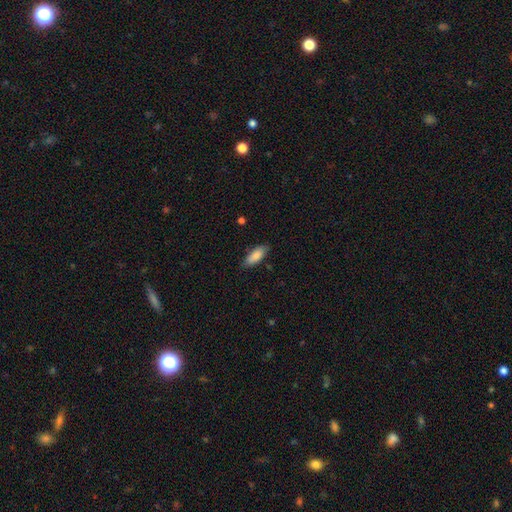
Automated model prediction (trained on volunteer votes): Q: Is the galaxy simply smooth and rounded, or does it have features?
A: smooth — 84%.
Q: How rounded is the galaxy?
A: in between — 75%.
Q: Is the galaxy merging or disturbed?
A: none — 82%.